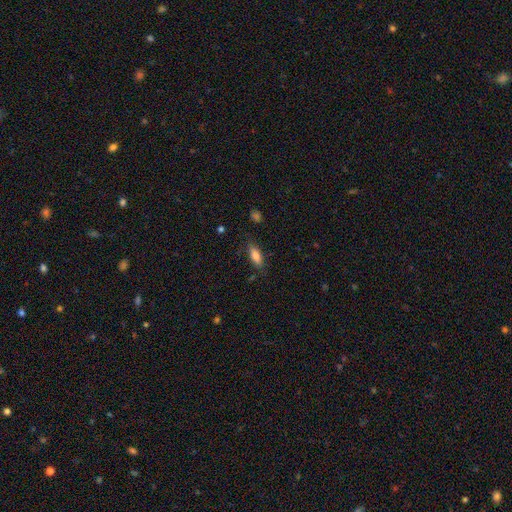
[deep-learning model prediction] Smooth or featured? Predicted: smooth (p=0.78). How rounded? Predicted: in between (p=0.68). Merging? Predicted: none (p=0.79).